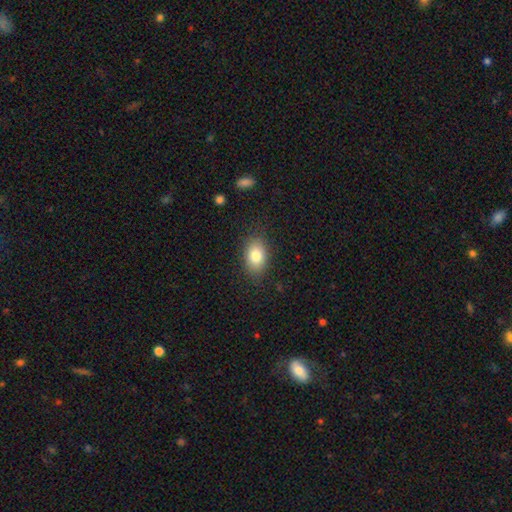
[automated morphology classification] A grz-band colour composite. It shows a smooth galaxy with no disk features (82%) that is in between round and cigar-shaped (83%). Merging: none (84%).